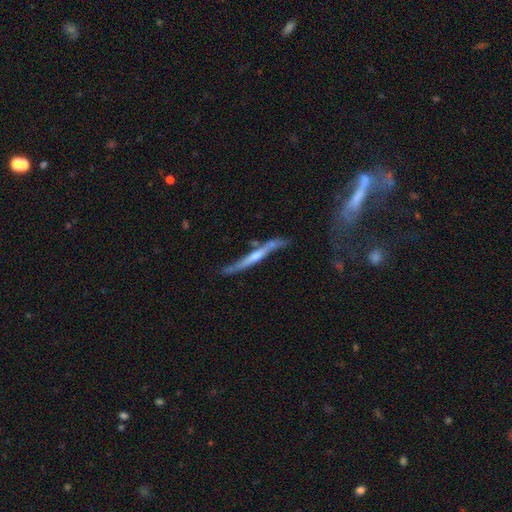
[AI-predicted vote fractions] Smooth or featured? featured or disk (76%)
Edge-on disk? yes (89%)
Edge-on bulge? rounded (69%)
Merging? none (57%)